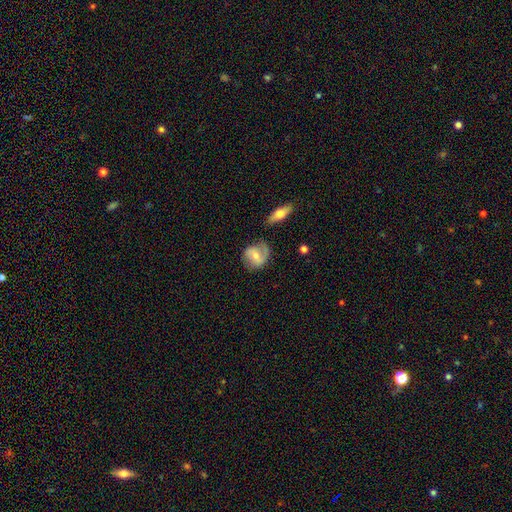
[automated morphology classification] Overall: featured or disk (55%; smooth 38%). Edge-on disk: no (95%). Bar: weak (41%; no 37%). Spiral arms: yes (80%). Bulge size: small (48%; moderate 46%). Merging: none (64%).